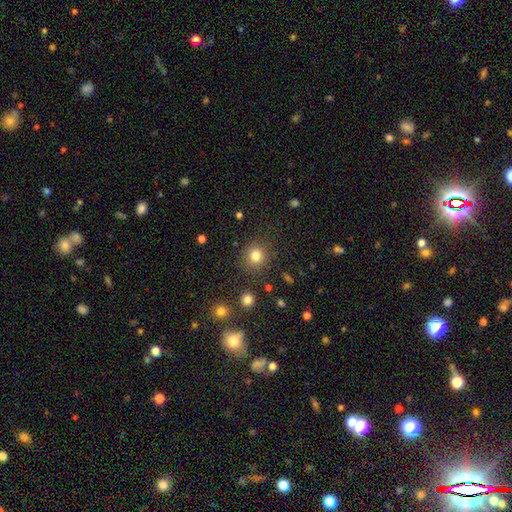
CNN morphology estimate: Smooth or featured: smooth — 81% (star or artifact — 13%)
How rounded: round — 88% (in between — 11%)
Merging: none — 85% (minor disturbance — 8%)